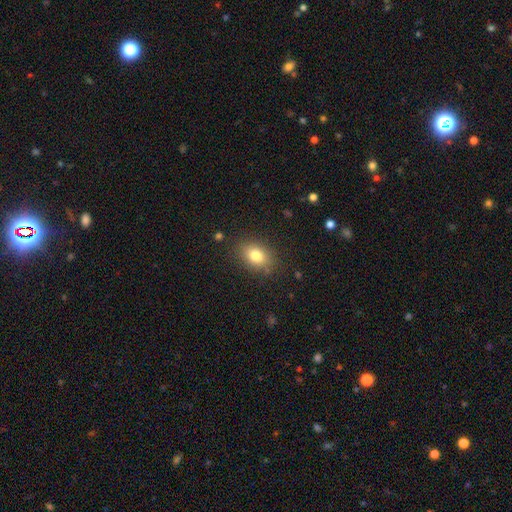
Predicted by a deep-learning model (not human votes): This is likely a smooth galaxy (80%). How rounded: likely in between (73%). Merging: clearly none (84%).